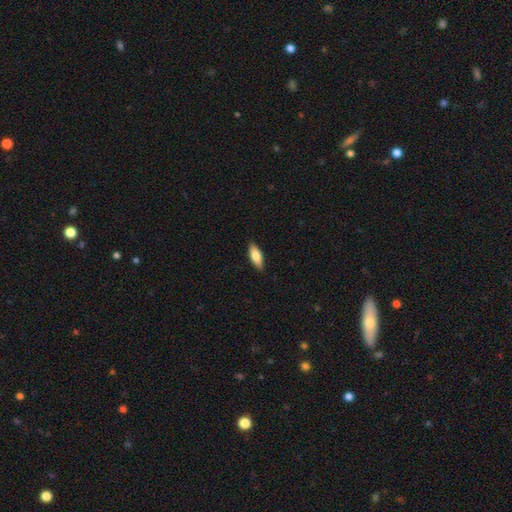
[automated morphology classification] Overall: smooth (77%). How rounded: in between (69%). Merging: none (88%).